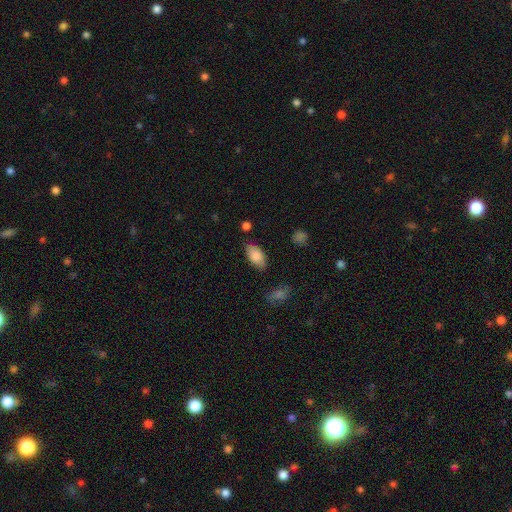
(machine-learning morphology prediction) Smooth or featured? Predicted: smooth (p=0.84). How rounded? Predicted: in between (p=0.93). Merging? Predicted: none (p=0.81).